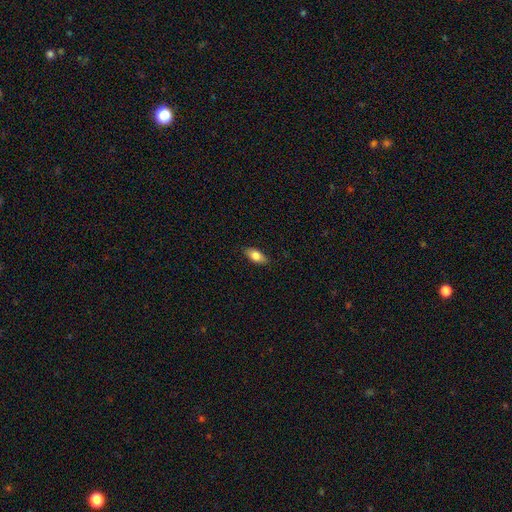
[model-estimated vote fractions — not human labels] smooth-or-featured: smooth: 81% | featured or disk: 12% | star or artifact: 7%
  how-rounded: in between: 88% | cigar-shaped: 9% | round: 3%
  merging: none: 87% | minor disturbance: 10% | major disturbance: 2% | merger: 1%